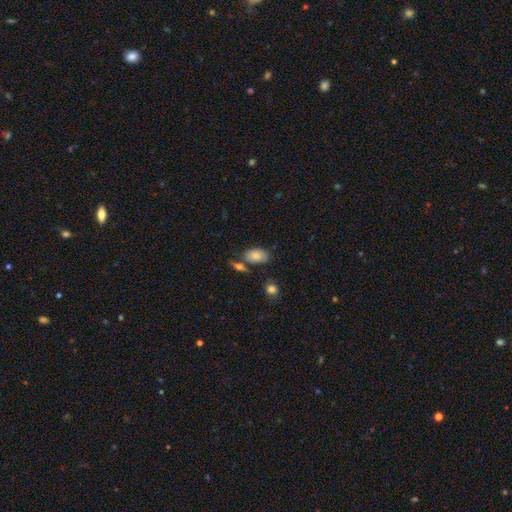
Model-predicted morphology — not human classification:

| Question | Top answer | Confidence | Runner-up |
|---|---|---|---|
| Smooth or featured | smooth | 80% | featured or disk (12%) |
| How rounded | in between | 90% | round (8%) |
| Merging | none | 63% | minor disturbance (17%) |